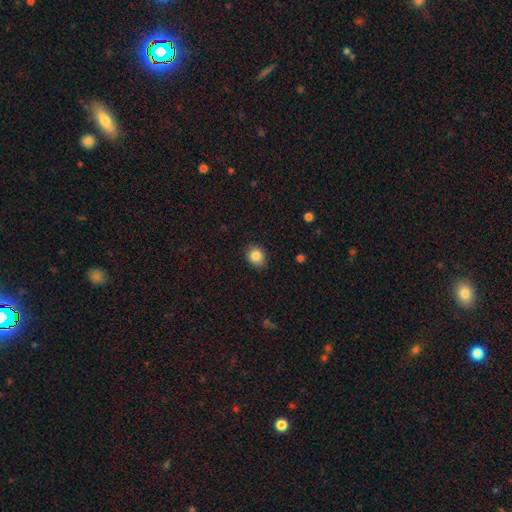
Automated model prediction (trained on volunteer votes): This is clearly a smooth galaxy (86%). How rounded: likely round (69%). Merging: clearly none (85%).